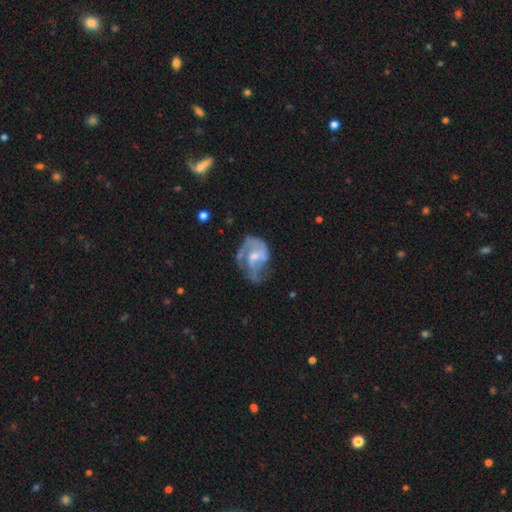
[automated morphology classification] Smooth or featured? Predicted: featured or disk (p=0.75). Edge-on disk? Predicted: no (p=0.98). Bar? Predicted: no (p=0.50). Spiral arms? Predicted: yes (p=0.80). Spiral winding? Predicted: medium (p=0.45). Spiral arm count? Predicted: 2 (p=0.51). Bulge size? Predicted: small (p=0.46). Merging? Predicted: major disturbance (p=0.37).